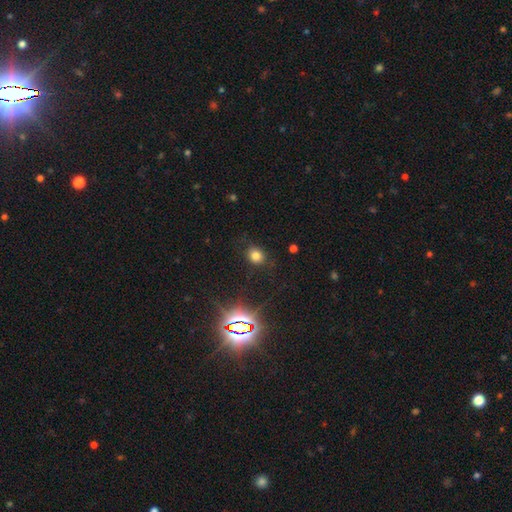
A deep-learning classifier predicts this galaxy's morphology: The model was most divided on "how rounded": round: 59%, in between: 39%, cigar-shaped: 1%. More confident: merging — none (80%); smooth or featured — smooth (72%).